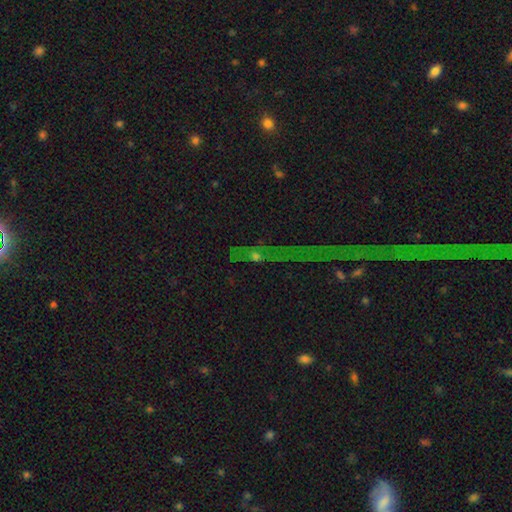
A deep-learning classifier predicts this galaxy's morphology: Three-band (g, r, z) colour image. It shows a star or artifact, not a galaxy (57%).